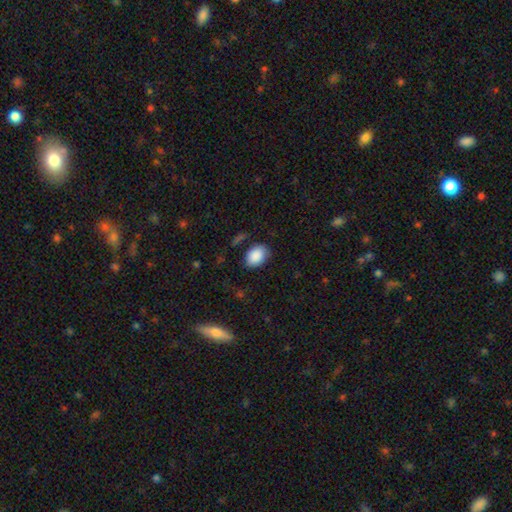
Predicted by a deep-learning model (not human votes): Smooth or featured?
  - smooth: 88% *
  - star or artifact: 7%
  - featured or disk: 5%
How rounded?
  - in between: 80% *
  - round: 19%
  - cigar-shaped: 1%
Merging?
  - none: 80% *
  - minor disturbance: 13%
  - major disturbance: 4%
  - merger: 3%